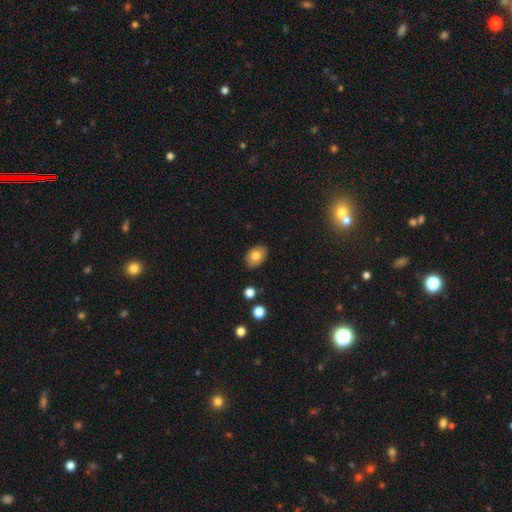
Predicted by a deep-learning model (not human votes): Smooth or featured? smooth (78%)
How rounded? in between (82%)
Merging? none (87%)